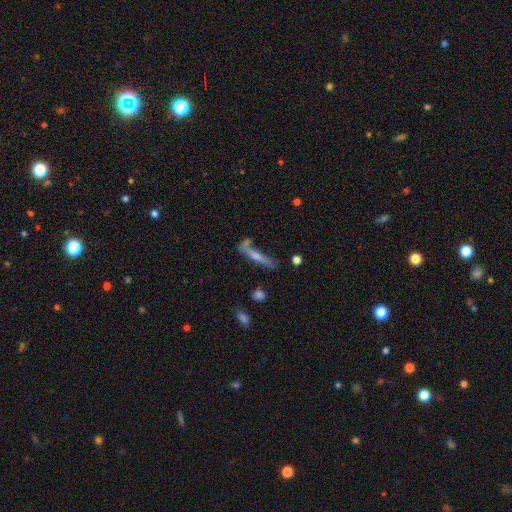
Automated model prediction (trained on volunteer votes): Smooth or featured: featured or disk — 52% (smooth — 39%)
Edge-on disk: yes — 84% (no — 16%)
Merging: none — 57% (minor disturbance — 22%)